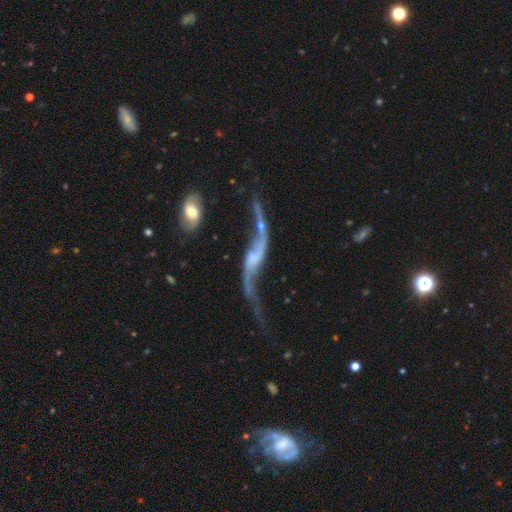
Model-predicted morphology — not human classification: Smooth or featured? featured or disk (87%)
Edge-on disk? no (84%)
Bar? no (46%)
Spiral arms? yes (92%)
Spiral winding? loose (94%)
Spiral arm count? 2 (93%)
Bulge size? small (45%)
Merging? none (45%)